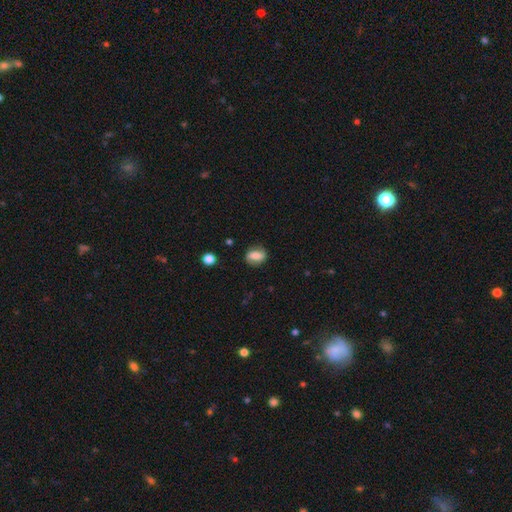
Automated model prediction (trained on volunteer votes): smooth-or-featured: smooth: 62% | featured or disk: 29% | star or artifact: 9%
  how-rounded: in between: 64% | round: 32% | cigar-shaped: 4%
  merging: none: 80% | minor disturbance: 14% | major disturbance: 4% | merger: 2%